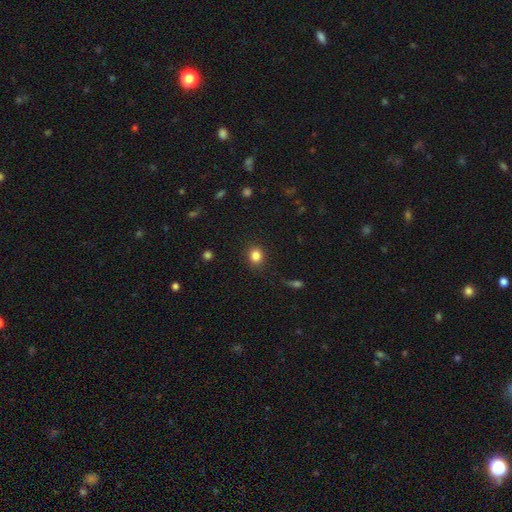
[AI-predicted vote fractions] Overall: smooth (84%). How rounded: round (70%). Merging: none (87%).